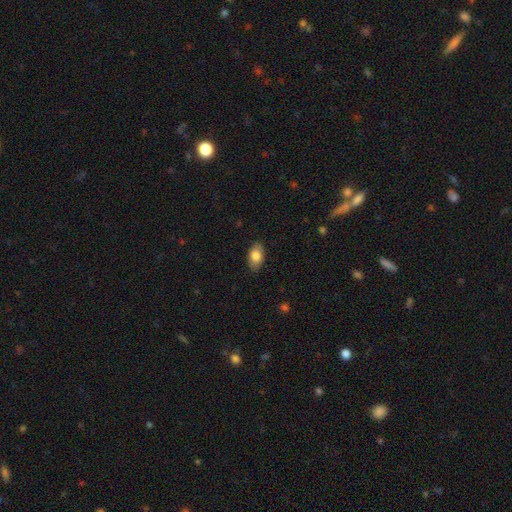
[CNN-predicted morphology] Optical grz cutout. It shows a smooth galaxy with no disk features (81%) that is in between round and cigar-shaped (93%). Merging: none (86%).